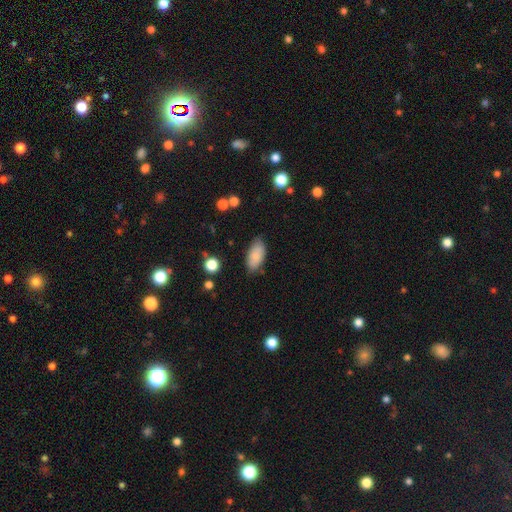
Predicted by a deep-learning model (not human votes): Smooth or featured? smooth (84%)
How rounded? in between (92%)
Merging? none (78%)